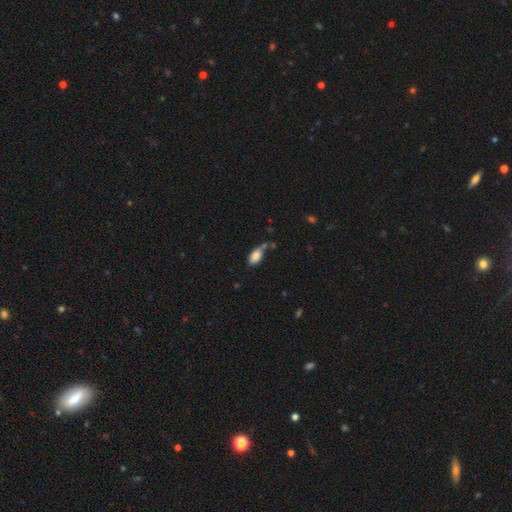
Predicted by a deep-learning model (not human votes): The model was most divided on "merging": none: 57%, minor disturbance: 23%, merger: 13%, major disturbance: 6%. More confident: how rounded — in between (92%); smooth or featured — smooth (82%).